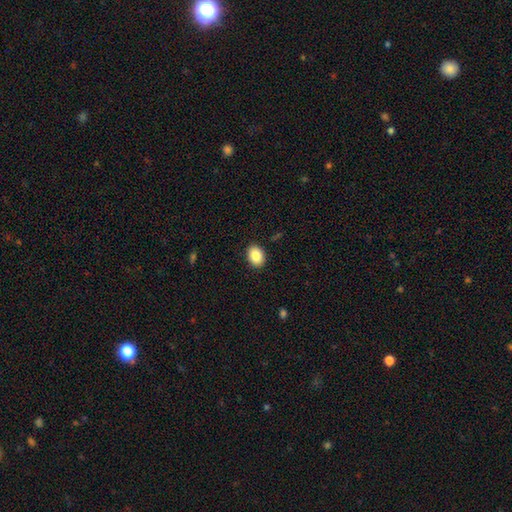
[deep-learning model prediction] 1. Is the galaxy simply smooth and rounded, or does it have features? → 87% smooth, 8% star or artifact, 5% featured or disk.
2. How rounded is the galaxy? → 68% in between, 31% round, 1% cigar-shaped.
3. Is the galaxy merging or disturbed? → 90% none, 7% minor disturbance, 2% major disturbance, 1% merger.